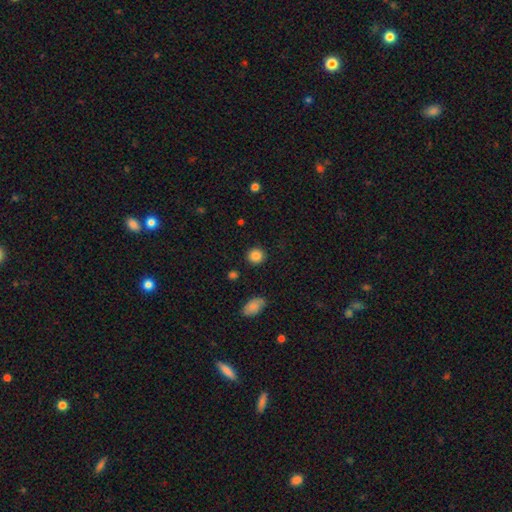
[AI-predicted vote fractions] Smooth or featured: smooth — 85% (star or artifact — 10%)
How rounded: round — 90% (in between — 9%)
Merging: none — 90% (minor disturbance — 6%)